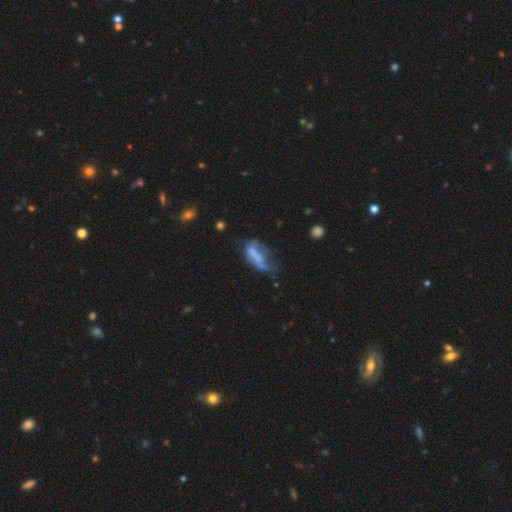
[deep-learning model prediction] Morphology: type=smooth (55%); roundness=in between (65%); merging=major disturbance (42%).